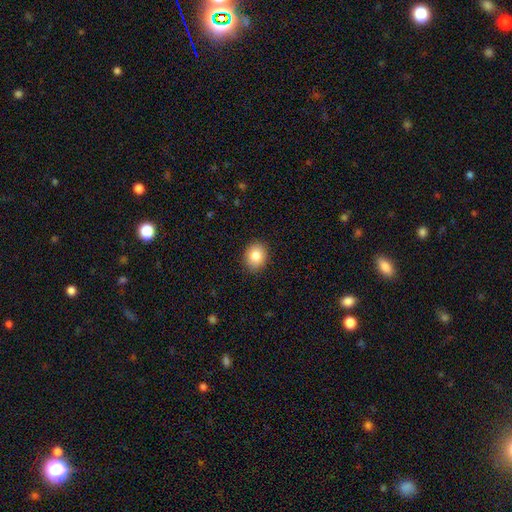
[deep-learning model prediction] Smooth or featured?
  - smooth: 85% *
  - star or artifact: 8%
  - featured or disk: 7%
How rounded?
  - round: 57% *
  - in between: 42%
  - cigar-shaped: 1%
Merging?
  - none: 90% *
  - minor disturbance: 8%
  - major disturbance: 2%
  - merger: 1%